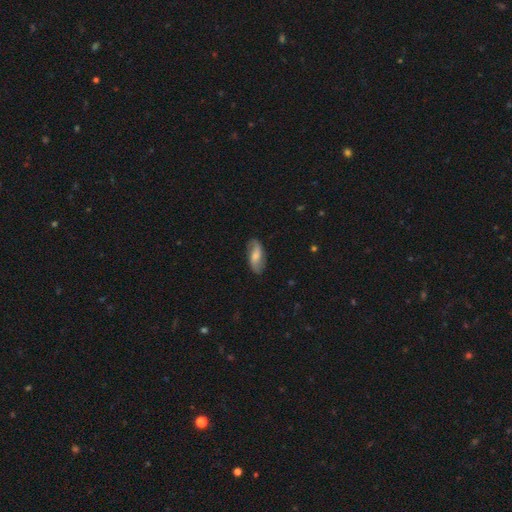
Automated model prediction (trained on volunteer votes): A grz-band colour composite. It shows a featured or disk galaxy (54%). Merging: none (80%).